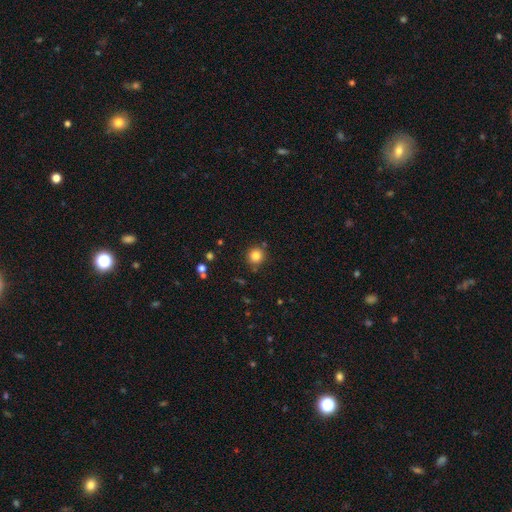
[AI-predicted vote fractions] smooth_or_featured: smooth (p=0.83) [alt: star or artifact p=0.11]
how_rounded: round (p=0.92) [alt: in between p=0.07]
merging: none (p=0.84) [alt: minor disturbance p=0.09]